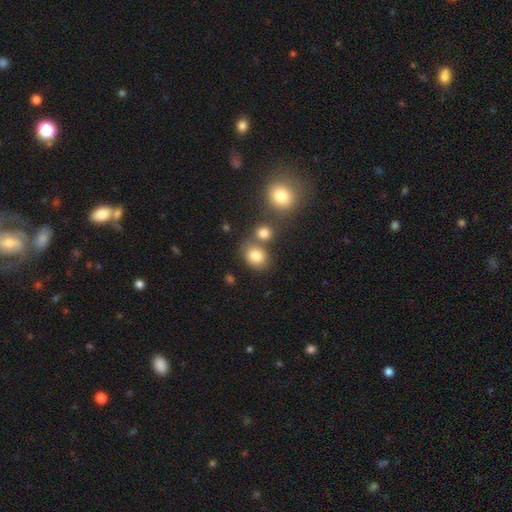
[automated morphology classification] smooth_or_featured: smooth (p=0.81) [alt: star or artifact p=0.11]
how_rounded: round (p=0.54) [alt: in between p=0.45]
merging: none (p=0.62) [alt: merger p=0.23]